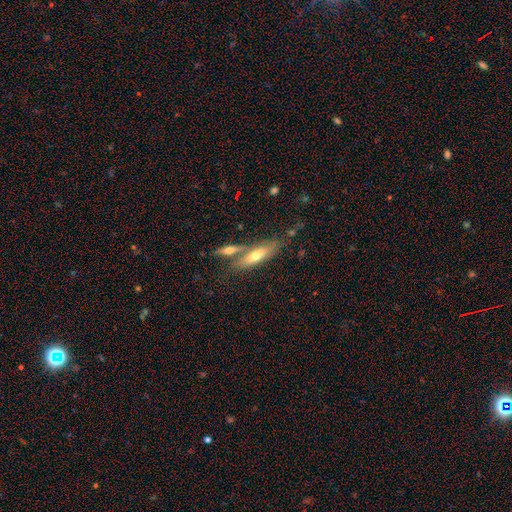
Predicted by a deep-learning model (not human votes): The model was most divided on "how rounded": cigar-shaped: 53%, in between: 45%, round: 2%. More confident: smooth or featured — smooth (56%); merging — none (52%).